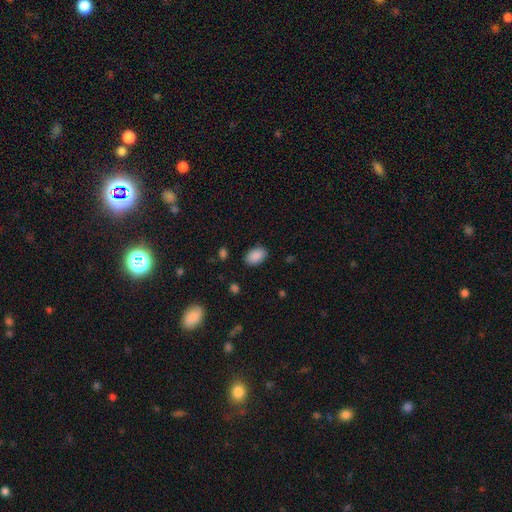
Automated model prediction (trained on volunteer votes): Q: Smooth or featured?
A: smooth (89%); runner-up: star or artifact (7%)
Q: How rounded?
A: in between (89%); runner-up: round (10%)
Q: Merging?
A: none (86%); runner-up: minor disturbance (10%)